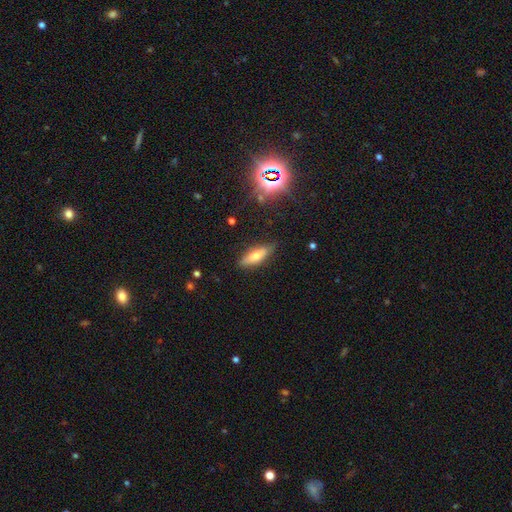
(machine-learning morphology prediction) Smooth or featured? Predicted: smooth (p=0.61). How rounded? Predicted: in between (p=0.49). Merging? Predicted: none (p=0.82).